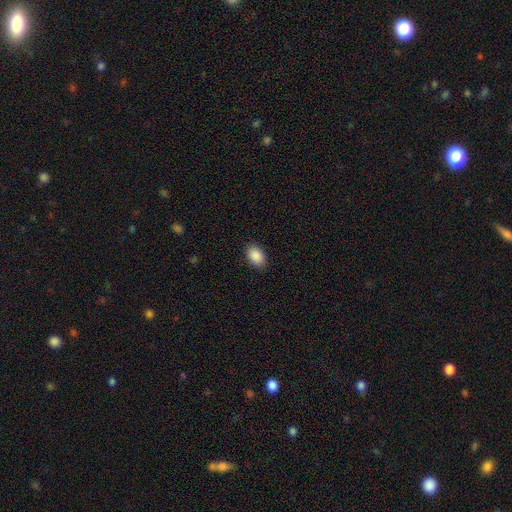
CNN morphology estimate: This appears to be a smooth galaxy with no disk features (90%) that is in between round and cigar-shaped (85%). Merging: none (89%).